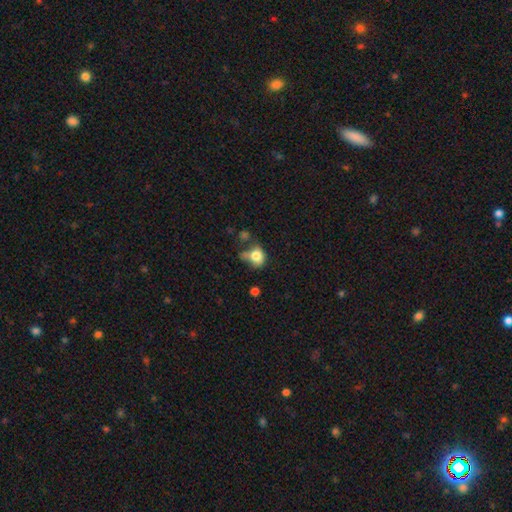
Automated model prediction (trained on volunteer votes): Smooth or featured? Predicted: smooth (p=0.75). How rounded? Predicted: in between (p=0.55). Merging? Predicted: none (p=0.30).